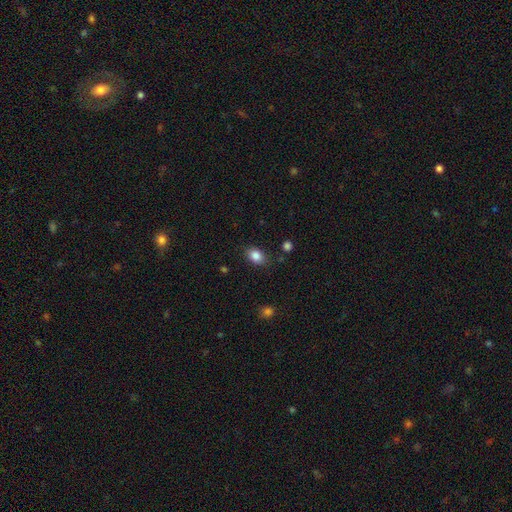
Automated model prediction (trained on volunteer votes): Smooth or featured: smooth — 85% (star or artifact — 9%)
How rounded: in between — 75% (round — 23%)
Merging: none — 81% (minor disturbance — 13%)